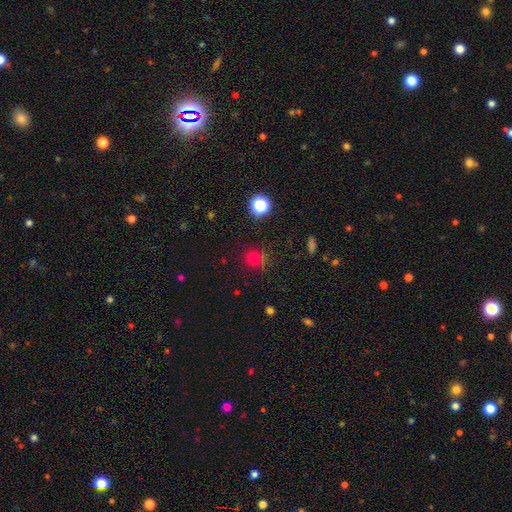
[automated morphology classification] Smooth or featured? smooth (64%)
How rounded? round (91%)
Merging? none (79%)